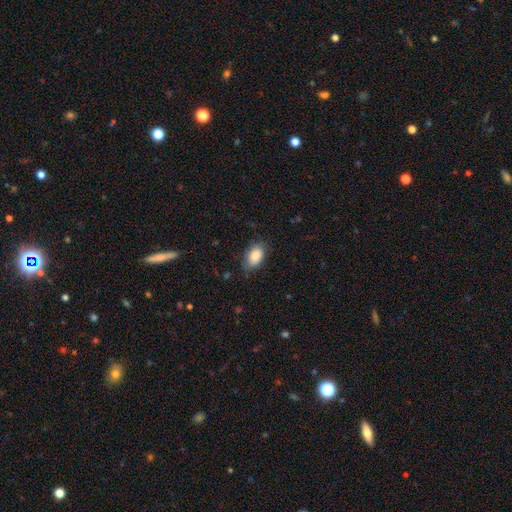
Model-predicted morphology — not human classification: smooth 87%, star or artifact 7%, featured or disk 6%. Down the decision tree: how rounded — in between (91%); merging — none (76%).